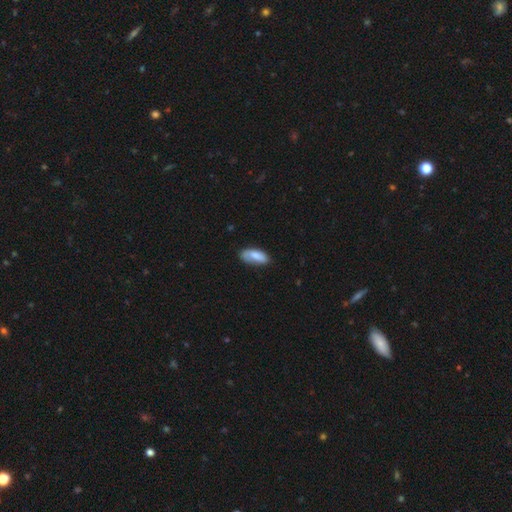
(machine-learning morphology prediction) Smooth or featured? Predicted: smooth (p=0.78). How rounded? Predicted: in between (p=0.83). Merging? Predicted: none (p=0.62).